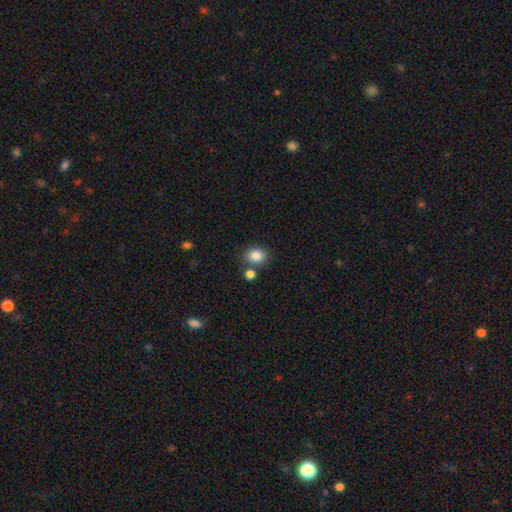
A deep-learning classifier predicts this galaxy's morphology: This is clearly a smooth galaxy (85%). How rounded: likely round (64%). Merging: likely none (71%).